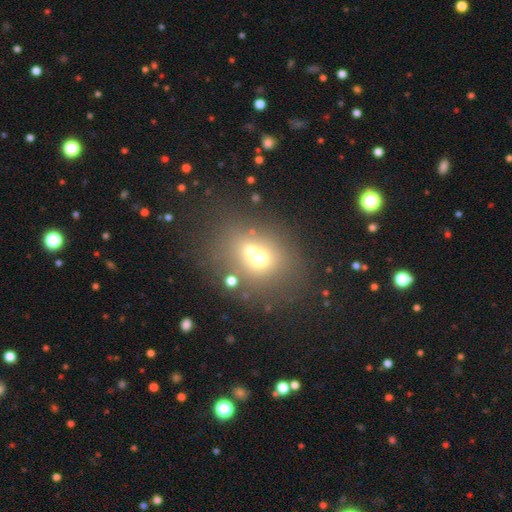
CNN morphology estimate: Overall: smooth (58%; featured or disk 23%). How rounded: round (68%; in between 31%). Merging: merger (49%; none 37%).